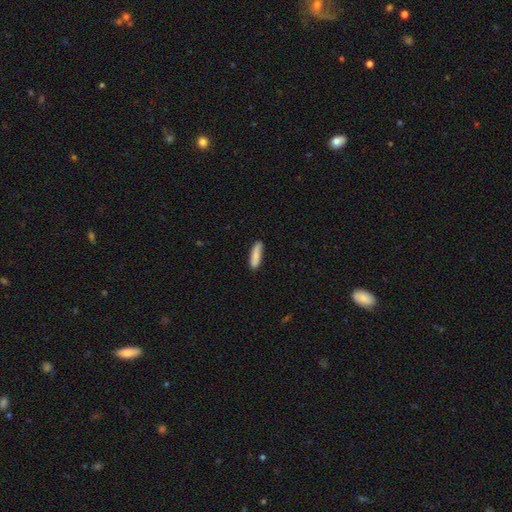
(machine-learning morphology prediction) Smooth or featured?
  - smooth: 83% *
  - featured or disk: 11%
  - star or artifact: 6%
How rounded?
  - cigar-shaped: 68% *
  - in between: 31%
  - round: 2%
Merging?
  - none: 84% *
  - minor disturbance: 13%
  - major disturbance: 2%
  - merger: 2%